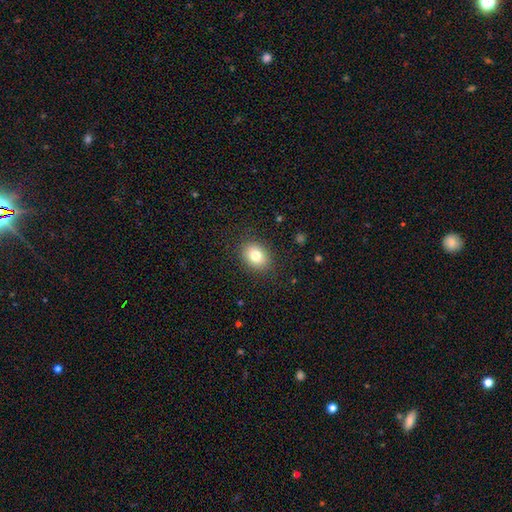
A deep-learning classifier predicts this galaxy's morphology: smooth-or-featured: smooth: 81% | star or artifact: 10% | featured or disk: 10%
  how-rounded: in between: 59% | round: 40% | cigar-shaped: 1%
  merging: none: 87% | minor disturbance: 9% | major disturbance: 3% | merger: 1%